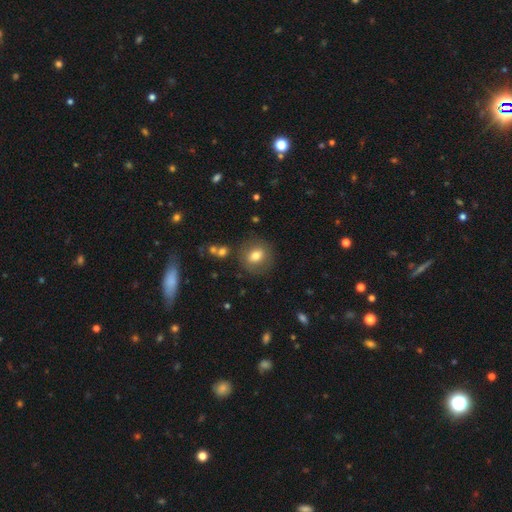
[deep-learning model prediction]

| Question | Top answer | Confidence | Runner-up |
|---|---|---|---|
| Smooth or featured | smooth | 75% | featured or disk (15%) |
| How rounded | round | 72% | in between (27%) |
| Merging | none | 83% | minor disturbance (10%) |